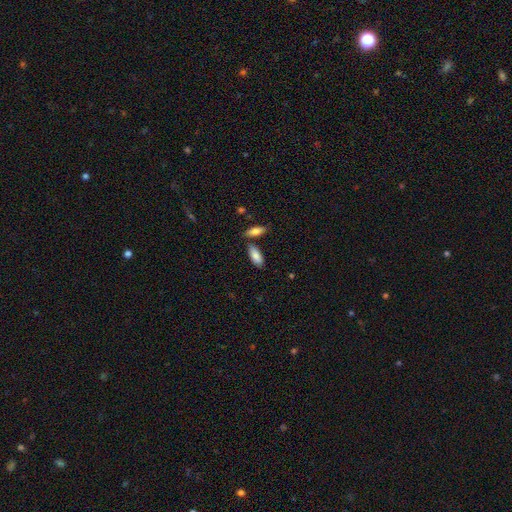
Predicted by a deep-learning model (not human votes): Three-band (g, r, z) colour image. It shows a smooth galaxy with no disk features (85%) that is in between round and cigar-shaped (85%). Merging: none (75%).